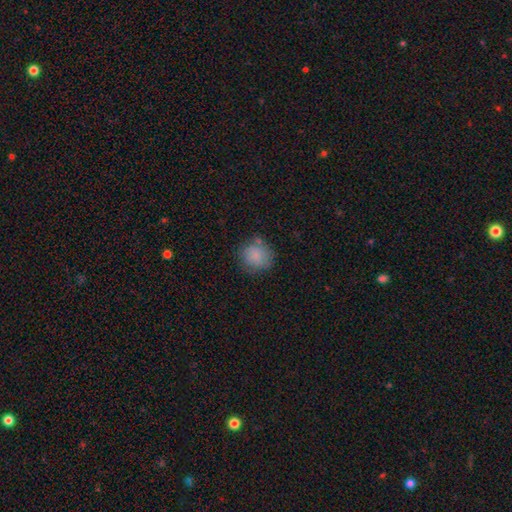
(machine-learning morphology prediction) Smooth or featured? Predicted: smooth (p=0.85). How rounded? Predicted: round (p=0.88). Merging? Predicted: none (p=0.74).